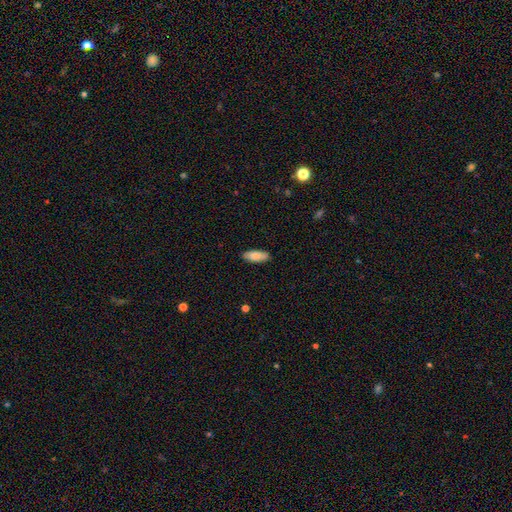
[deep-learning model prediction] Smooth or featured: smooth — 83% (featured or disk — 11%)
How rounded: in between — 77% (cigar-shaped — 21%)
Merging: none — 87% (minor disturbance — 10%)